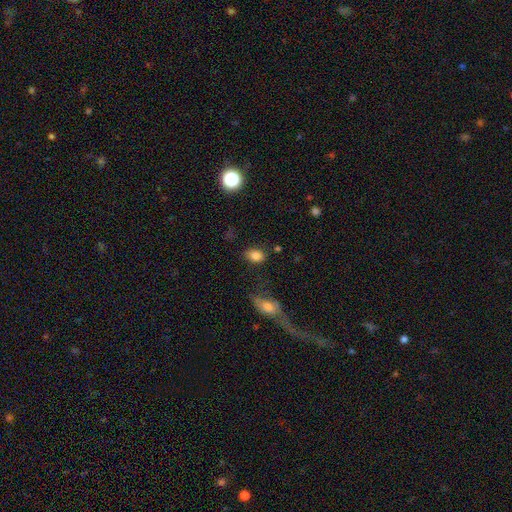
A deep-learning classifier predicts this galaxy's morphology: A smooth galaxy with no disk features (83%) that is in between round and cigar-shaped (79%).

Vote fractions:
- Smooth or featured? smooth: 83% / star or artifact: 9% / featured or disk: 8%
- How rounded? in between: 79% / round: 20% / cigar-shaped: 2%
- Merging? none: 77% / minor disturbance: 14% / major disturbance: 5% / merger: 4%